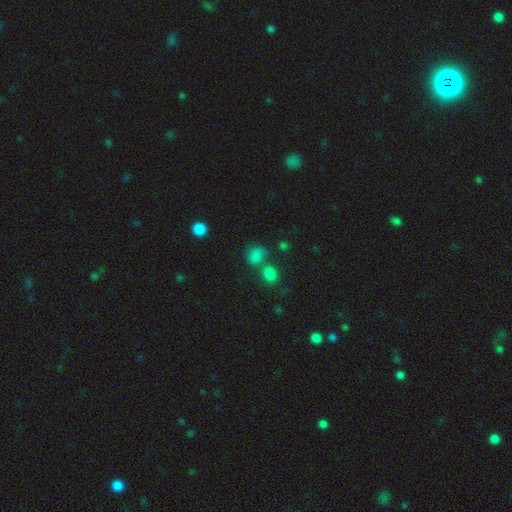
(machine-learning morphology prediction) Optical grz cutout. It shows a smooth galaxy with no disk features (76%) that is round (55%). Merging: none (46%).